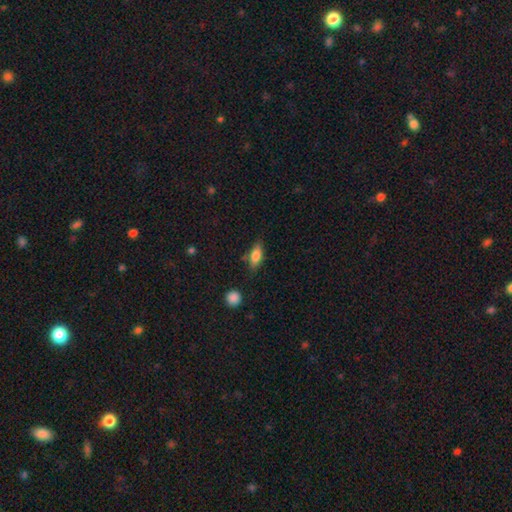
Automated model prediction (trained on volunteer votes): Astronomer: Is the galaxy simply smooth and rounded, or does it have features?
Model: smooth — 78%.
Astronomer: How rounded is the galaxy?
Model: in between — 78%.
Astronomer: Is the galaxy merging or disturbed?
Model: none — 75%.